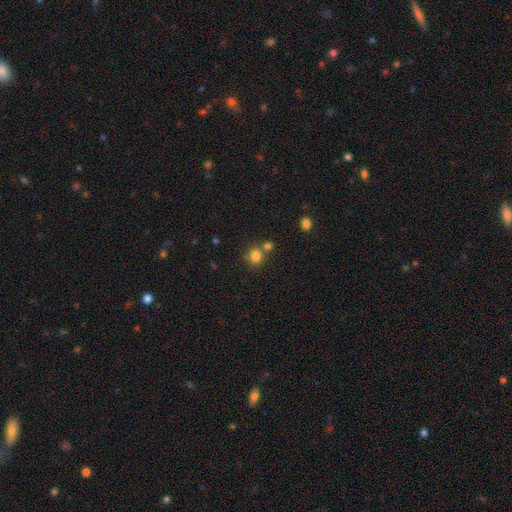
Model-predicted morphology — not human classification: A smooth galaxy with no disk features (81%) that is round (88%).

Vote fractions:
- Smooth or featured? smooth: 81% / star or artifact: 13% / featured or disk: 6%
- How rounded? round: 88% / in between: 11% / cigar-shaped: 1%
- Merging? none: 66% / merger: 22% / minor disturbance: 9% / major disturbance: 3%